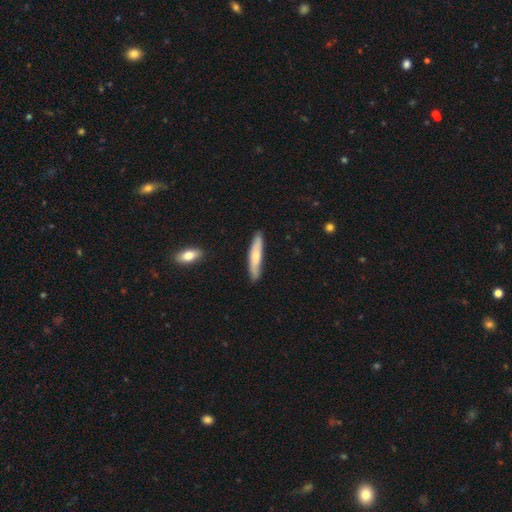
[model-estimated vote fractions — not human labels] smooth_or_featured: smooth (p=0.66) [alt: featured or disk p=0.29]
how_rounded: cigar-shaped (p=0.87) [alt: in between p=0.12]
merging: none (p=0.86) [alt: minor disturbance p=0.10]